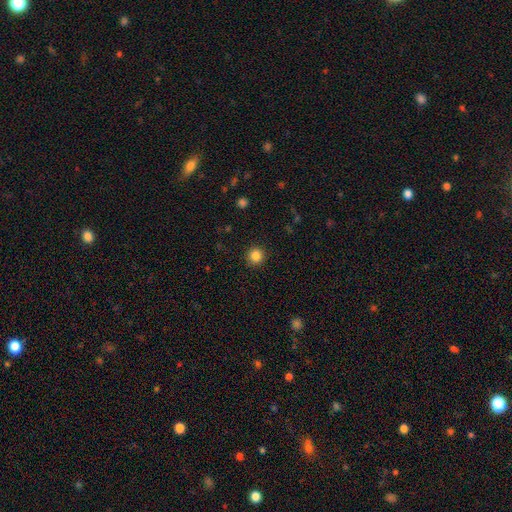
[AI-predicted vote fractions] smooth_or_featured: smooth (p=0.85) [alt: star or artifact p=0.11]
how_rounded: round (p=0.94) [alt: in between p=0.05]
merging: none (p=0.92) [alt: minor disturbance p=0.05]